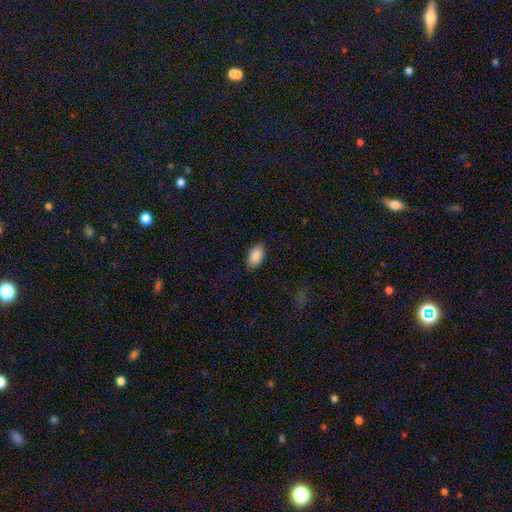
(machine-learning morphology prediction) smooth-or-featured: smooth: 88% | star or artifact: 7% | featured or disk: 5%
  how-rounded: in between: 94% | round: 5% | cigar-shaped: 2%
  merging: none: 87% | minor disturbance: 9% | major disturbance: 2% | merger: 1%